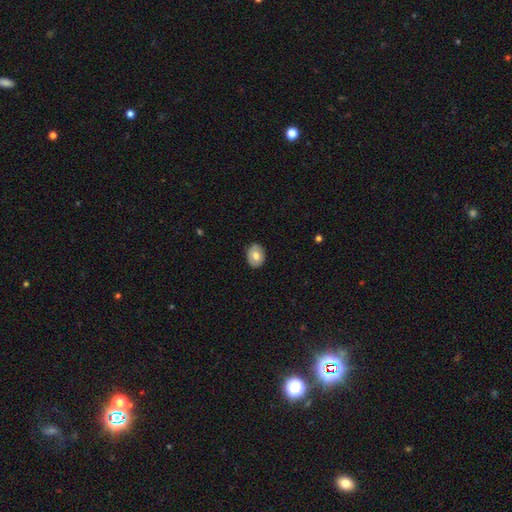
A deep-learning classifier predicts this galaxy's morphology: Smooth or featured: smooth — 69% (featured or disk — 25%)
How rounded: in between — 57% (round — 42%)
Merging: none — 87% (minor disturbance — 10%)